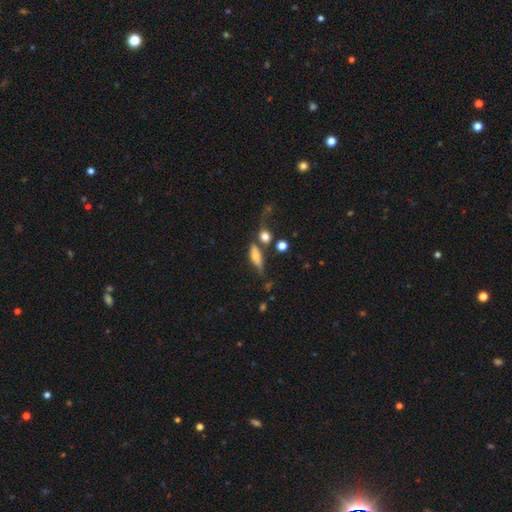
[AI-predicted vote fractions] This appears to be a smooth galaxy with no disk features (59%) that is in between round and cigar-shaped (62%). Merging: none (47%).